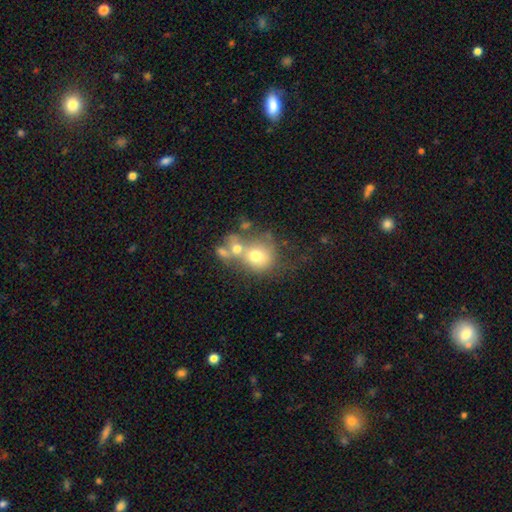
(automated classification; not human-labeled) This appears to be a smooth galaxy with no disk features (64%) that is round (77%). Merging: merger (52%).